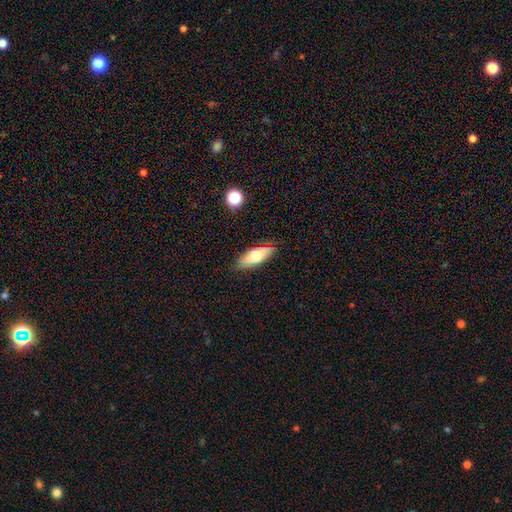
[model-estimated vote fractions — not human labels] The model was most divided on "smooth or featured": smooth: 63%, featured or disk: 29%, star or artifact: 8%. More confident: merging — none (84%); how rounded — in between (69%).